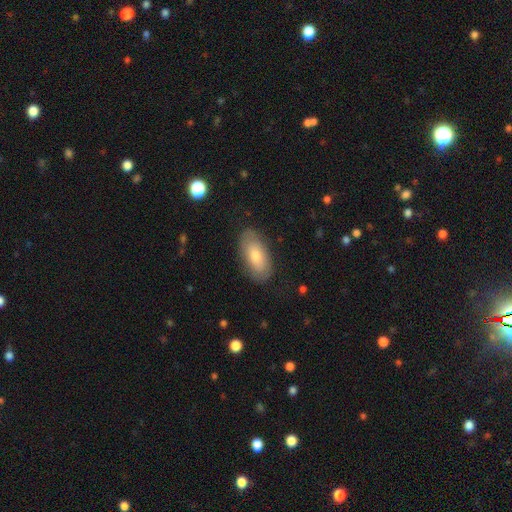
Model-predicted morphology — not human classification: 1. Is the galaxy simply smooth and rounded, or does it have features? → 62% smooth, 31% featured or disk, 7% star or artifact.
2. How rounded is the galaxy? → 92% in between, 5% cigar-shaped, 3% round.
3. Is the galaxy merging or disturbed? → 82% none, 14% minor disturbance, 4% major disturbance, 1% merger.